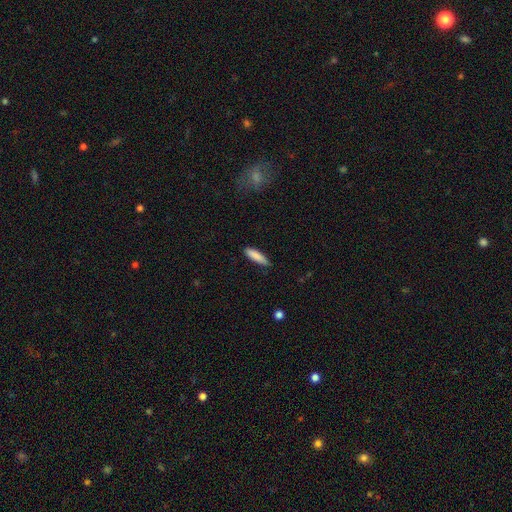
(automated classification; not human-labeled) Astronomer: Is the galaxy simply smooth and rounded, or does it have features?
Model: smooth — 87%.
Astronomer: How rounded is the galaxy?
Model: cigar-shaped — 70%.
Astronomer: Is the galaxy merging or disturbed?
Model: none — 80%.